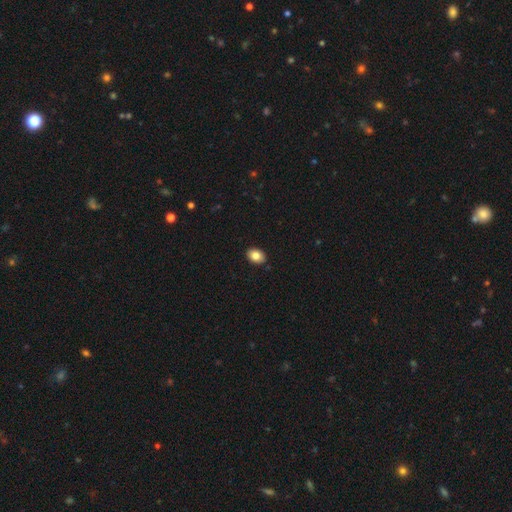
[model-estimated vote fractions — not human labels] smooth-or-featured: smooth: 85% | star or artifact: 8% | featured or disk: 7%
  how-rounded: in between: 78% | round: 21% | cigar-shaped: 1%
  merging: none: 90% | minor disturbance: 7% | major disturbance: 2% | merger: 1%